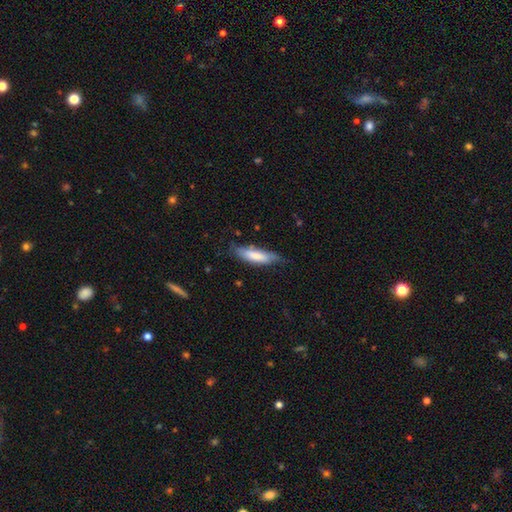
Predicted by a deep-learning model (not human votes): Q: Smooth or featured?
A: smooth (73%); runner-up: featured or disk (21%)
Q: How rounded?
A: cigar-shaped (59%); runner-up: in between (40%)
Q: Merging?
A: none (60%); runner-up: minor disturbance (31%)